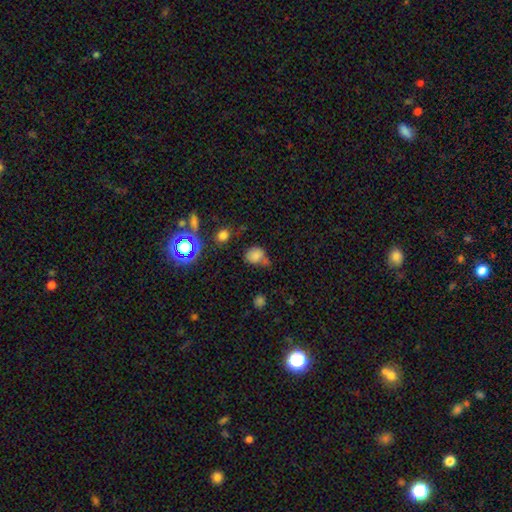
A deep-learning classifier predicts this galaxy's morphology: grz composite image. It shows a smooth galaxy with no disk features (72%) that is round (52%). Merging: none (42%).